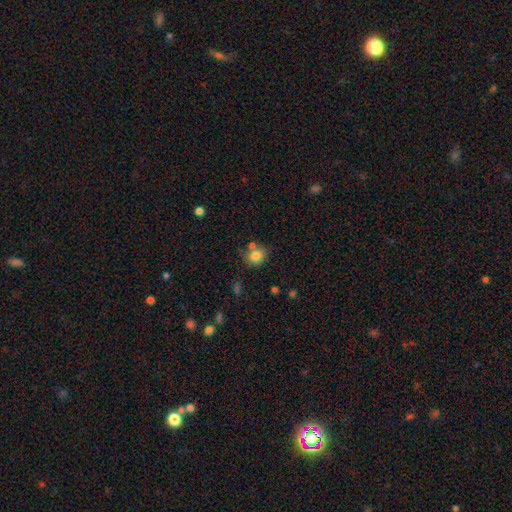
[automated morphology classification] Smooth or featured? Predicted: smooth (p=0.82). How rounded? Predicted: round (p=0.73). Merging? Predicted: none (p=0.65).